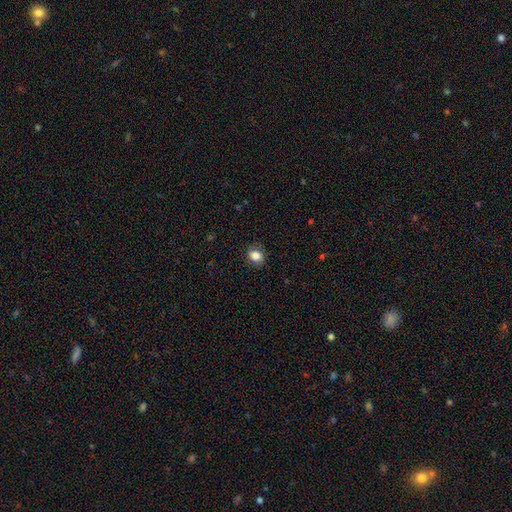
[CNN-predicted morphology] smooth_or_featured: smooth (p=0.84) [alt: star or artifact p=0.10]
how_rounded: round (p=0.57) [alt: in between p=0.42]
merging: none (p=0.85) [alt: minor disturbance p=0.11]